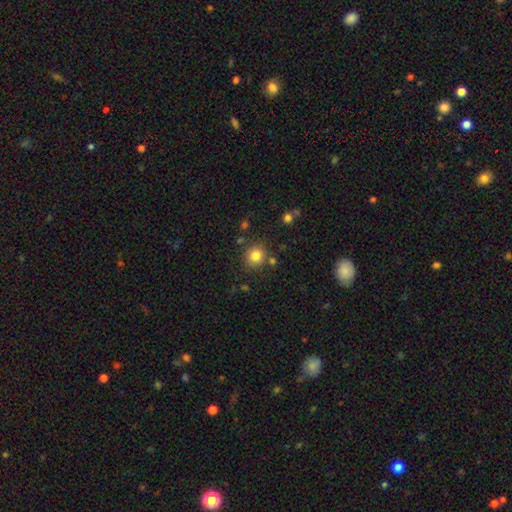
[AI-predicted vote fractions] Q: Smooth or featured?
A: smooth (82%); runner-up: star or artifact (12%)
Q: How rounded?
A: round (83%); runner-up: in between (16%)
Q: Merging?
A: none (81%); runner-up: minor disturbance (10%)